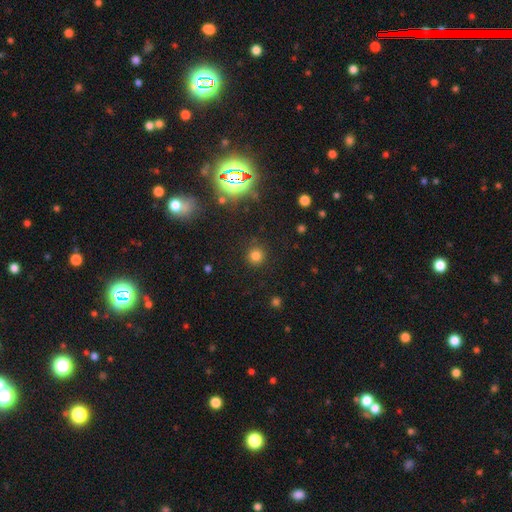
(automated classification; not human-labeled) Overall: smooth (76%). How rounded: round (93%). Merging: none (88%).